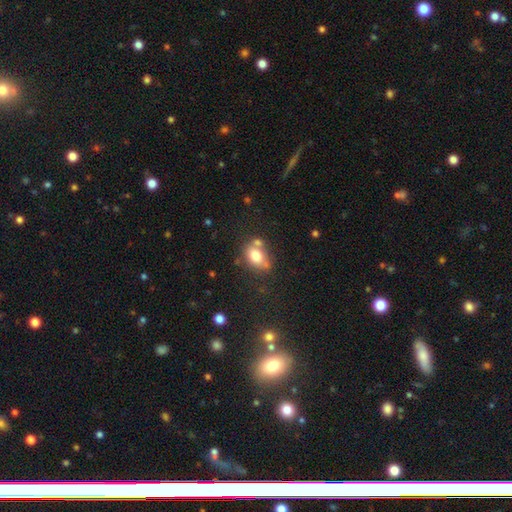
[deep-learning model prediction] Morphology: type=smooth (74%); roundness=in between (73%); merging=none (51%).